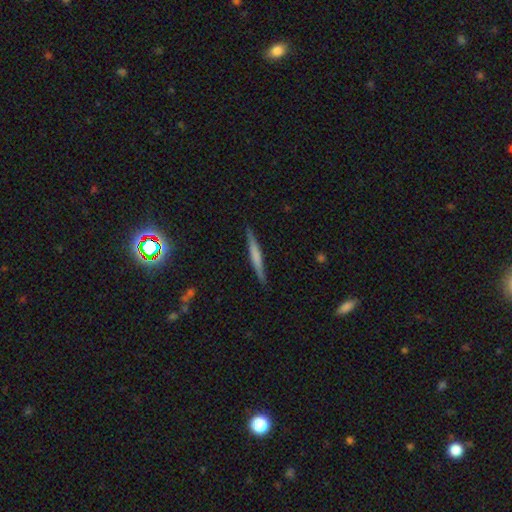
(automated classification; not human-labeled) Morphology: type=smooth (53%); roundness=cigar-shaped (95%); merging=none (89%).